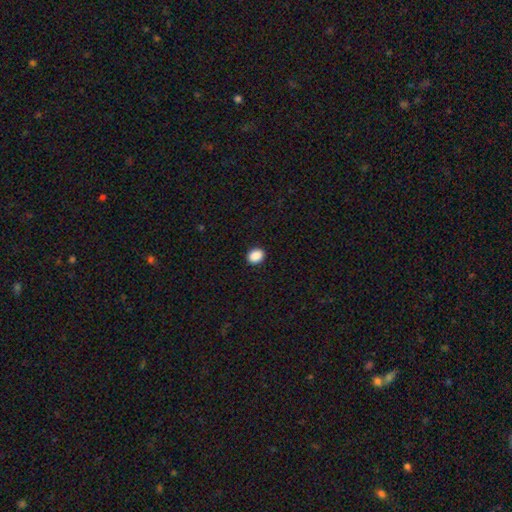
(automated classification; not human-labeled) smooth 89%, star or artifact 8%, featured or disk 2%. Down the decision tree: how rounded — in between (50%); merging — none (92%).